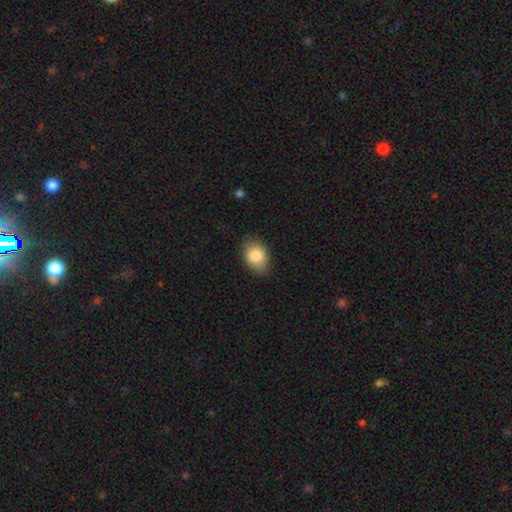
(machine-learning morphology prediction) A smooth galaxy with no disk features (85%) that is in between round and cigar-shaped (72%).

Vote fractions:
- Smooth or featured? smooth: 85% / star or artifact: 8% / featured or disk: 7%
- How rounded? in between: 72% / round: 27% / cigar-shaped: 1%
- Merging? none: 82% / minor disturbance: 14% / major disturbance: 3% / merger: 1%